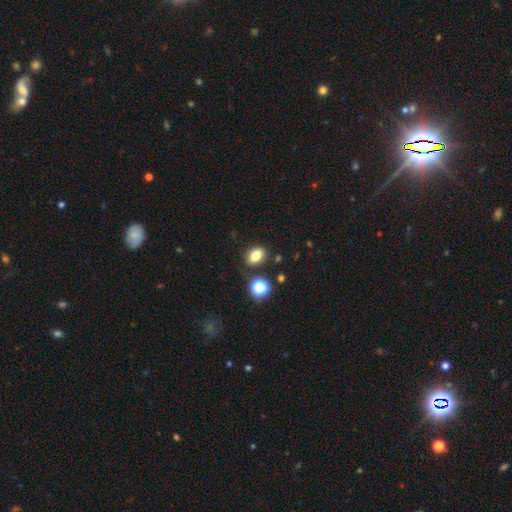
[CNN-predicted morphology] Smooth or featured? smooth (79%)
How rounded? in between (73%)
Merging? none (80%)